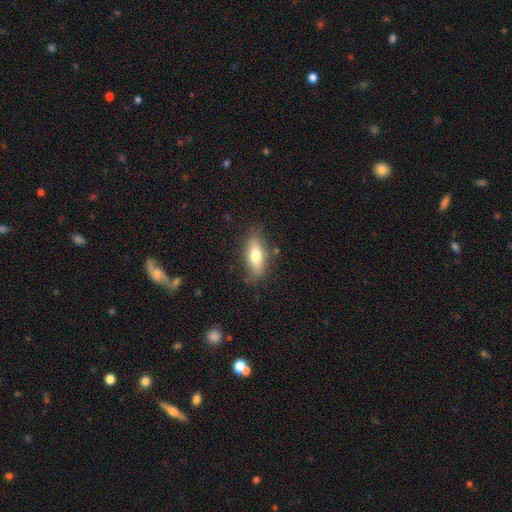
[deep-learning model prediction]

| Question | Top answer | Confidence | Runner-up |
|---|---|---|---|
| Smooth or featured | smooth | 70% | featured or disk (23%) |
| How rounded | in between | 74% | cigar-shaped (23%) |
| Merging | none | 78% | minor disturbance (16%) |